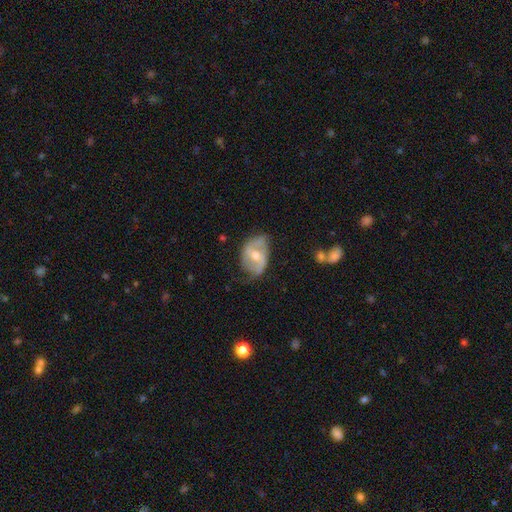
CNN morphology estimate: type=featured or disk (71%); edge-on=no (95%); bar=weak (45%); spiral arms=yes (77%); winding=loose (42%); arm count=2 (80%); bulge=moderate (64%); merging=none (61%).